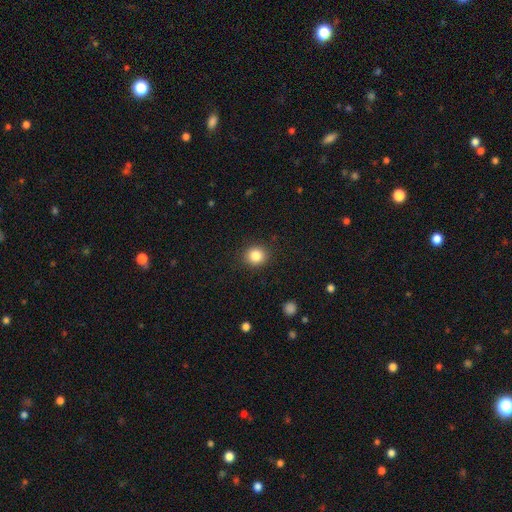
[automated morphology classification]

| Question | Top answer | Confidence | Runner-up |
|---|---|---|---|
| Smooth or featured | smooth | 85% | star or artifact (10%) |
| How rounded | round | 87% | in between (13%) |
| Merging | none | 90% | minor disturbance (6%) |